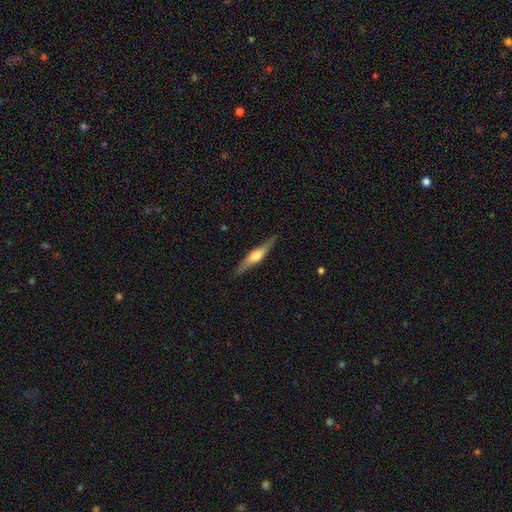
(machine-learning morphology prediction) Overall: featured or disk (63%; smooth 32%). Edge-on disk: yes (94%). Edge-on bulge: rounded (85%). Merging: none (86%).